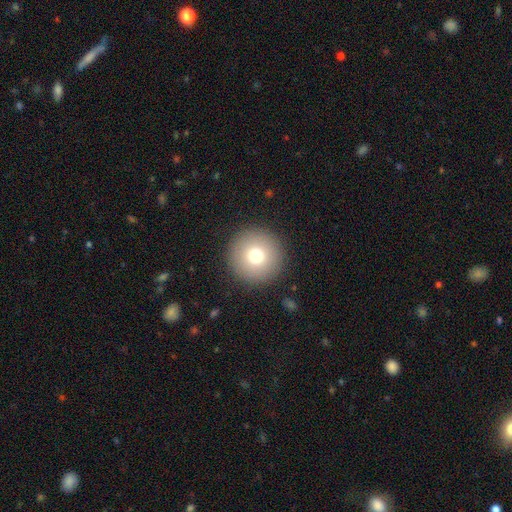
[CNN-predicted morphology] type=smooth (75%); roundness=round (97%); merging=none (93%).